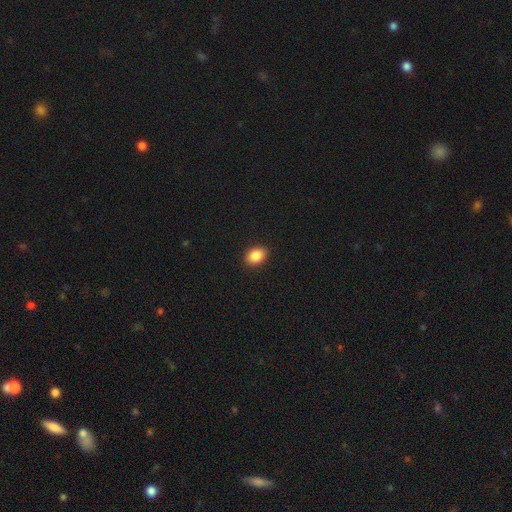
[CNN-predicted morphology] This appears to be a smooth galaxy with no disk features (88%) that is in between round and cigar-shaped (74%). Merging: none (91%).